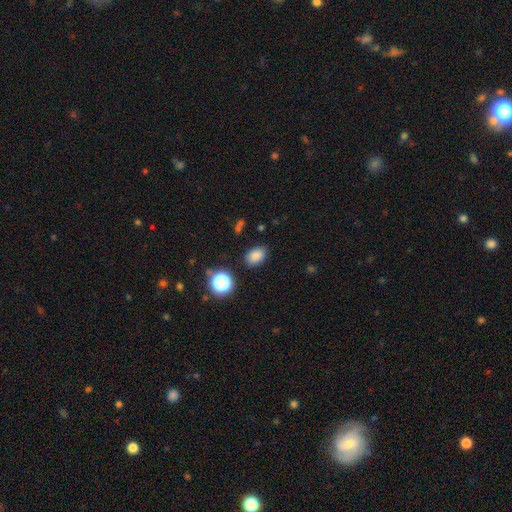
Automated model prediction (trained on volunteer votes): Overall: smooth (82%). How rounded: in between (78%). Merging: none (84%).